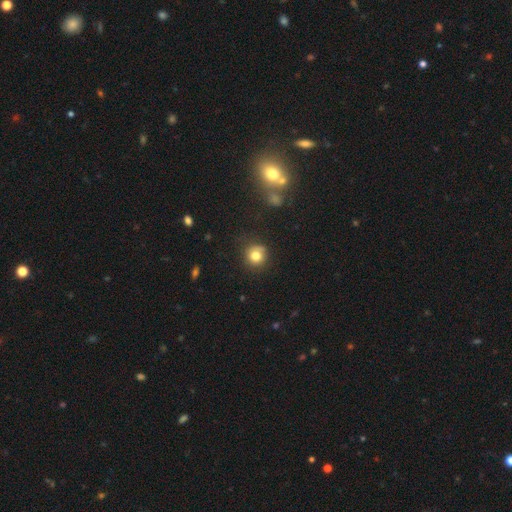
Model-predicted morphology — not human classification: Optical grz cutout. It shows a smooth galaxy with no disk features (78%) that is round (89%). Merging: none (75%).